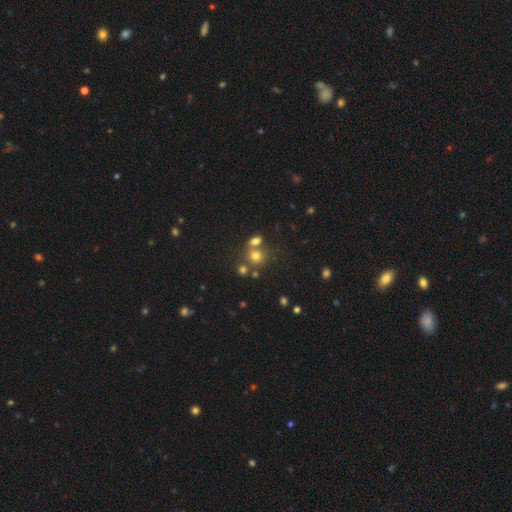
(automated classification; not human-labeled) A smooth galaxy with no disk features (71%) that is round (78%). Merging: none (51%).